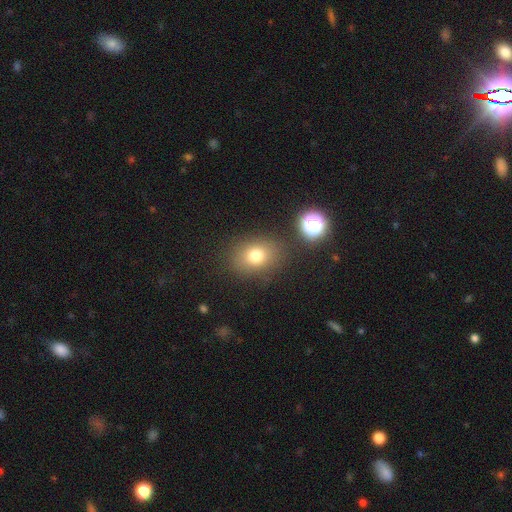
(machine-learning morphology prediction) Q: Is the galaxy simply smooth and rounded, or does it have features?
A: smooth — 77%.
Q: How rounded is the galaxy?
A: in between — 56%.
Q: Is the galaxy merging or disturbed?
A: none — 79%.